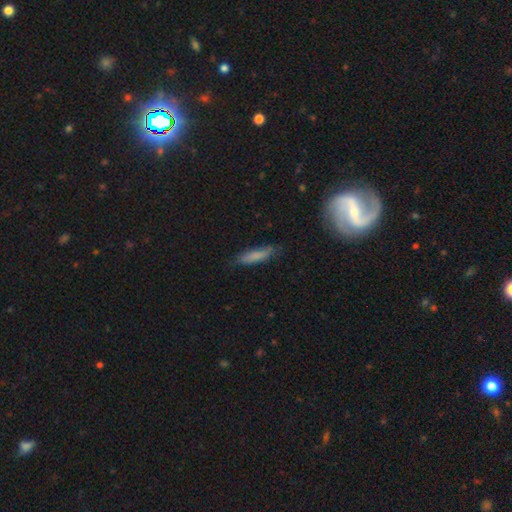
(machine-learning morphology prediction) smooth-or-featured: smooth: 72% | featured or disk: 20% | star or artifact: 8%
  how-rounded: cigar-shaped: 75% | in between: 23% | round: 2%
  merging: none: 73% | minor disturbance: 20% | major disturbance: 4% | merger: 2%